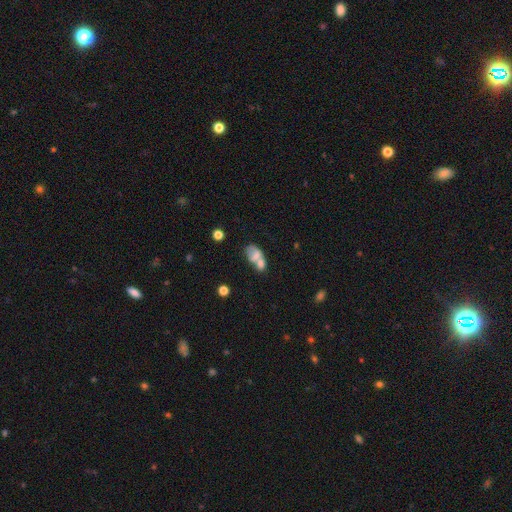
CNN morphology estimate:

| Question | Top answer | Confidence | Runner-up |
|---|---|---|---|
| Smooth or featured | smooth | 59% | featured or disk (31%) |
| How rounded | in between | 82% | round (15%) |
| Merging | merger | 59% | none (21%) |